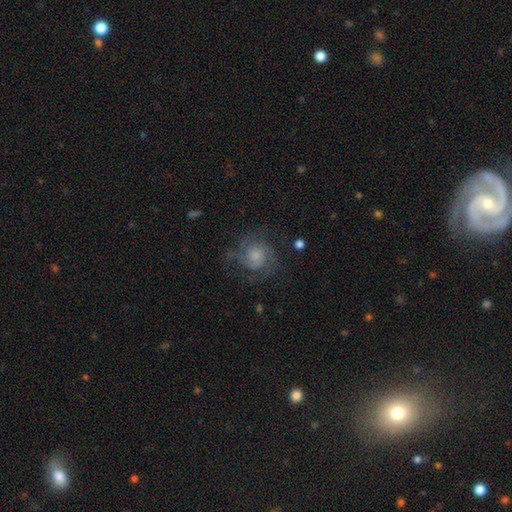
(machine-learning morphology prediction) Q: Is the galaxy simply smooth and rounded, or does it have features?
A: featured or disk — 64%.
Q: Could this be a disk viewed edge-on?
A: no — 98%.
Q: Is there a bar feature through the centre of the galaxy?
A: no — 75%.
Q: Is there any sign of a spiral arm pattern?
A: yes — 90%.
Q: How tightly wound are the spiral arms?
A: tight — 45%.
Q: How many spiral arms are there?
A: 2 — 34%.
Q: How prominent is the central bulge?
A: small — 37%.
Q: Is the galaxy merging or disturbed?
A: none — 67%.